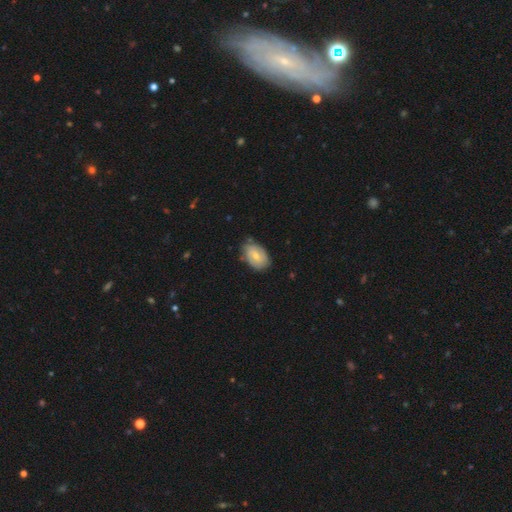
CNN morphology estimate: smooth_or_featured: smooth (p=0.58) [alt: featured or disk p=0.35]
how_rounded: in between (p=0.89) [alt: round p=0.10]
merging: none (p=0.69) [alt: minor disturbance p=0.24]